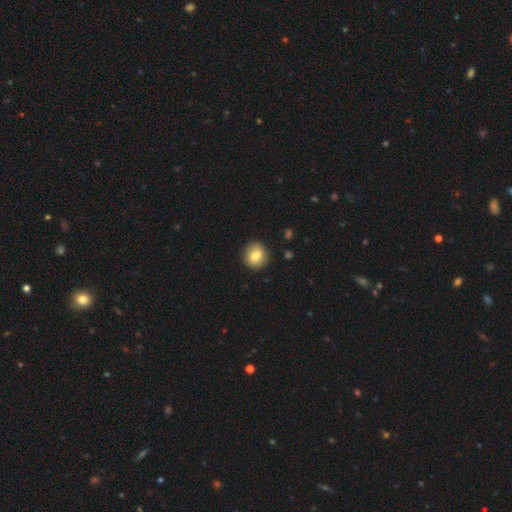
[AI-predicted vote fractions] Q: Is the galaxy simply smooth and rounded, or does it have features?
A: smooth — 79%.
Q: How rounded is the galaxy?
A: round — 84%.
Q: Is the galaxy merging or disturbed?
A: none — 89%.